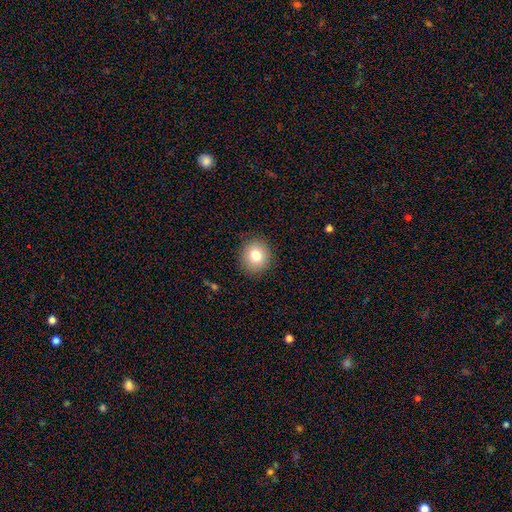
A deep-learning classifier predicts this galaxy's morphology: A smooth galaxy with no disk features (78%) that is round (88%). Merging: none (90%).